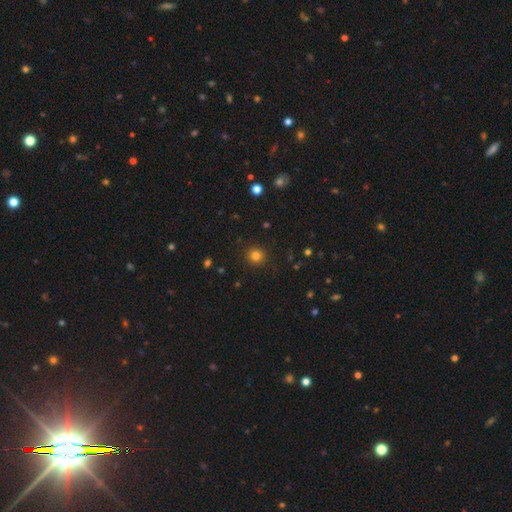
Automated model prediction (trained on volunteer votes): Smooth or featured? Predicted: smooth (p=0.82). How rounded? Predicted: round (p=0.91). Merging? Predicted: none (p=0.91).